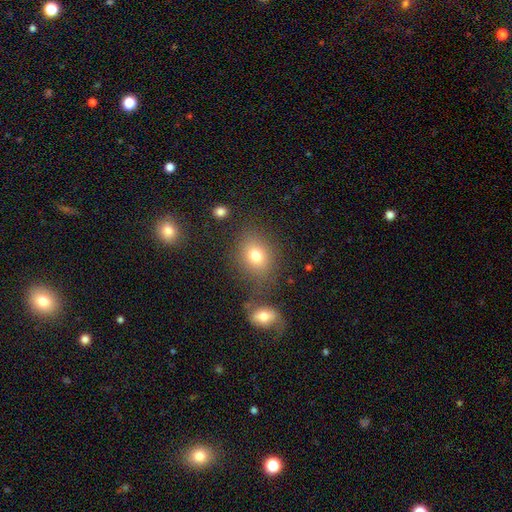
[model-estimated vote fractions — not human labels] Smooth or featured? smooth (76%)
How rounded? round (55%)
Merging? none (72%)